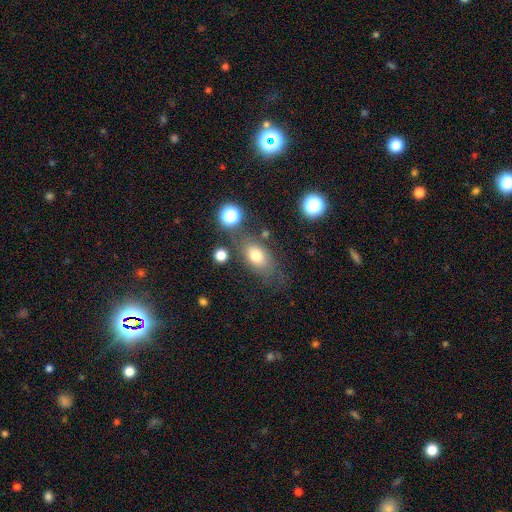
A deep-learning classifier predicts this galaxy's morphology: This appears to be a smooth galaxy with no disk features (72%) that is in between round and cigar-shaped (80%). Merging: none (65%).